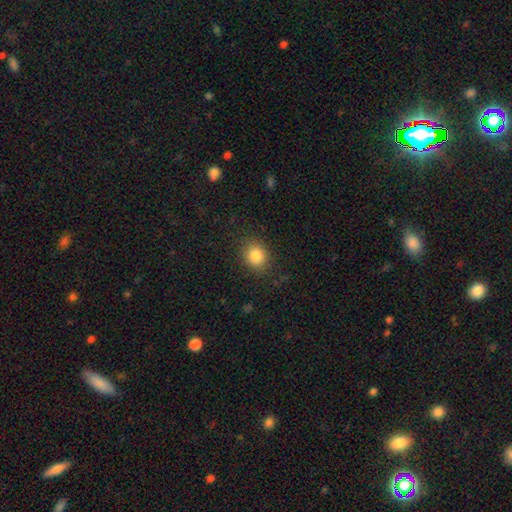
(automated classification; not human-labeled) smooth 85%, star or artifact 10%, featured or disk 5%. Down the decision tree: how rounded — round (73%); merging — none (85%).